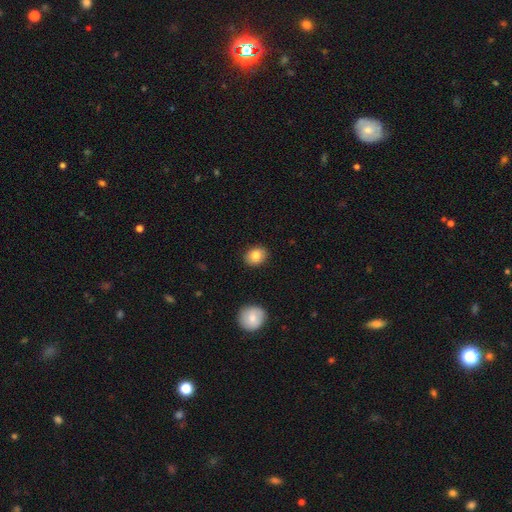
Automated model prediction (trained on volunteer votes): A smooth galaxy with no disk features (84%) that is in between round and cigar-shaped (50%). Merging: none (87%).